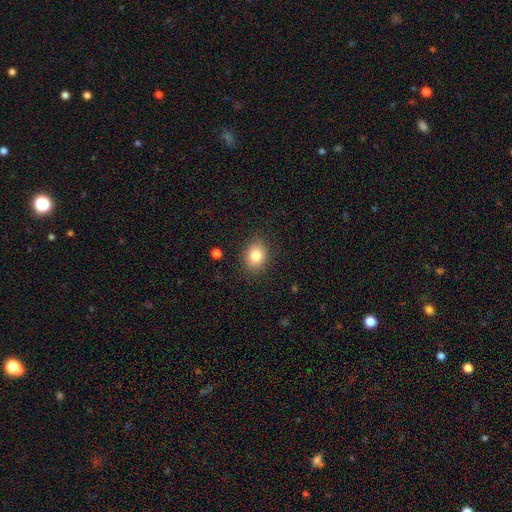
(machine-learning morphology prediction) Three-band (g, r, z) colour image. It shows a smooth galaxy with no disk features (82%) that is in between round and cigar-shaped (52%). Merging: none (87%).